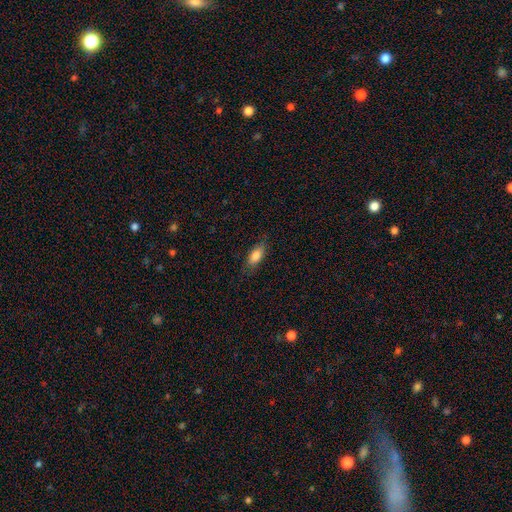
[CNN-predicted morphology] Smooth or featured?
  - smooth: 82% *
  - featured or disk: 12%
  - star or artifact: 7%
How rounded?
  - in between: 80% *
  - cigar-shaped: 17%
  - round: 3%
Merging?
  - none: 80% *
  - minor disturbance: 16%
  - major disturbance: 4%
  - merger: 1%